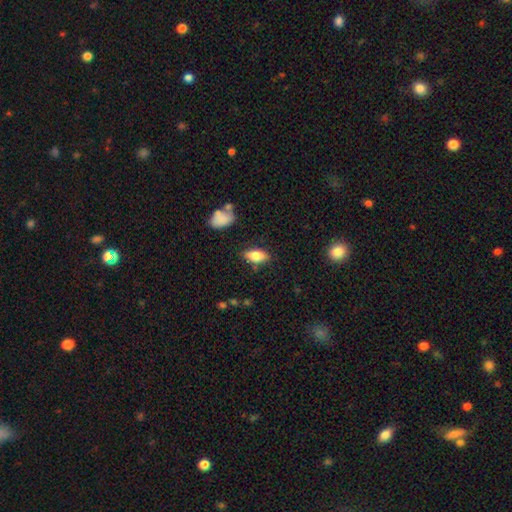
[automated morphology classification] The model was most divided on "smooth or featured": smooth: 79%, featured or disk: 14%, star or artifact: 8%. More confident: how rounded — in between (85%); merging — none (81%).